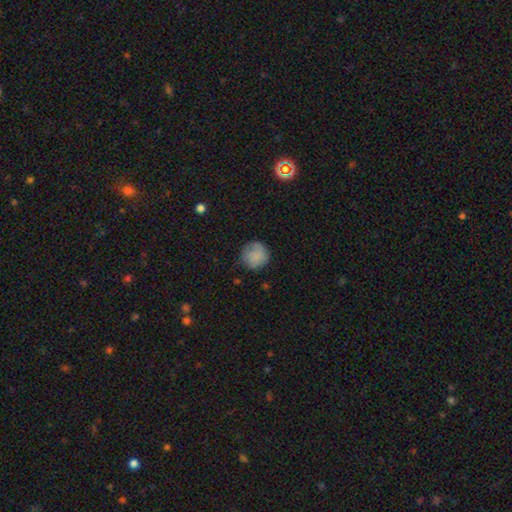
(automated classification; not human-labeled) Smooth or featured?
  - smooth: 82% *
  - featured or disk: 10%
  - star or artifact: 8%
How rounded?
  - round: 92% *
  - in between: 7%
  - cigar-shaped: 1%
Merging?
  - none: 75% *
  - minor disturbance: 18%
  - major disturbance: 5%
  - merger: 1%